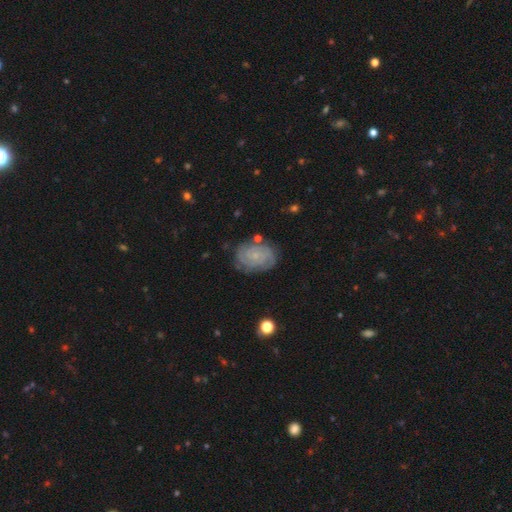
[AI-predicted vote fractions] Q: Smooth or featured?
A: featured or disk (78%); runner-up: smooth (15%)
Q: Edge-on disk?
A: no (97%); runner-up: yes (3%)
Q: Bar?
A: no (74%); runner-up: weak (22%)
Q: Spiral arms?
A: yes (95%); runner-up: no (5%)
Q: Spiral winding?
A: tight (74%); runner-up: medium (21%)
Q: Spiral arm count?
A: can't tell (31%); runner-up: 2 (28%)
Q: Bulge size?
A: small (79%); runner-up: moderate (12%)
Q: Merging?
A: none (78%); runner-up: minor disturbance (15%)